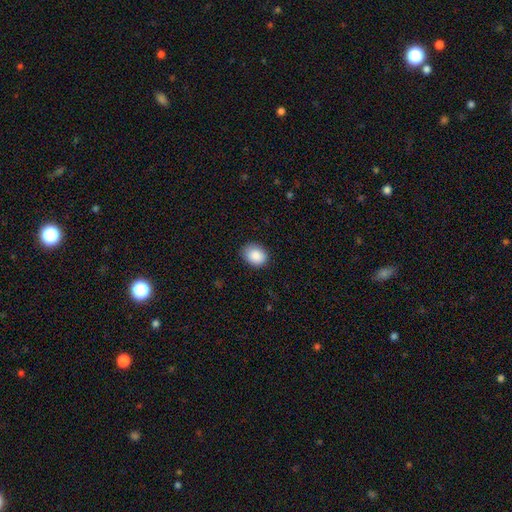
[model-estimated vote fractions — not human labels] smooth_or_featured: smooth (p=0.89) [alt: star or artifact p=0.07]
how_rounded: in between (p=0.56) [alt: round p=0.44]
merging: none (p=0.84) [alt: minor disturbance p=0.12]